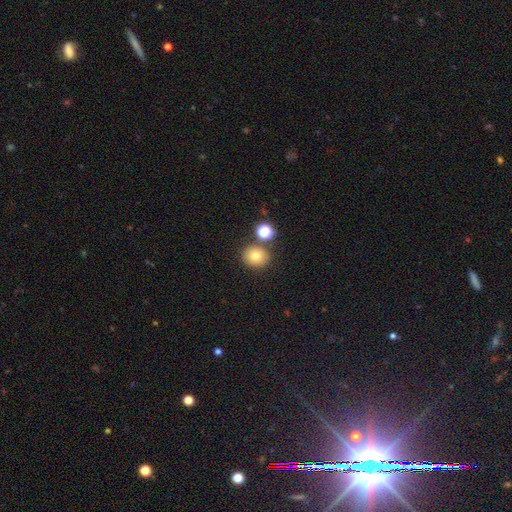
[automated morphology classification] type=smooth (76%); roundness=round (80%); merging=none (77%).